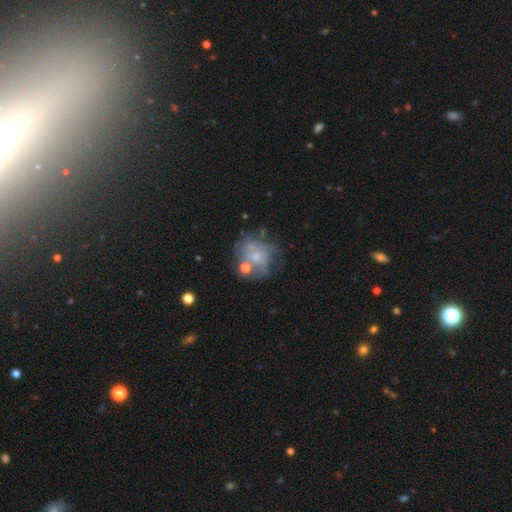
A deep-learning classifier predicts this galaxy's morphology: Overall: featured or disk (55%; smooth 33%). Edge-on disk: no (97%). Bar: no (86%). Spiral arms: no (58%; yes 42%). Bulge size: small (69%). Merging: none (40%; major disturbance 22%).